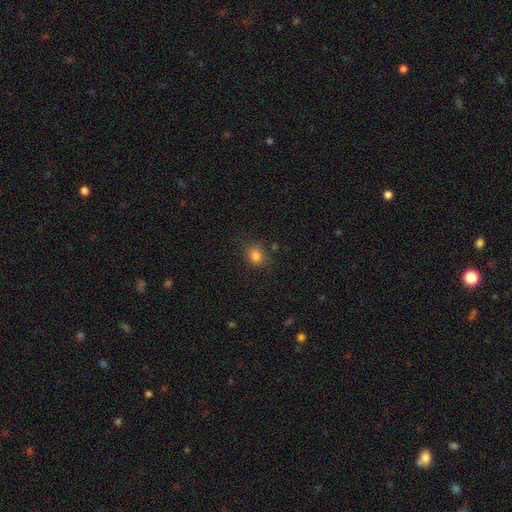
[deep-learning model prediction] The model was most divided on "how rounded": round: 72%, in between: 27%, cigar-shaped: 1%. More confident: smooth or featured — smooth (81%); merging — none (81%).